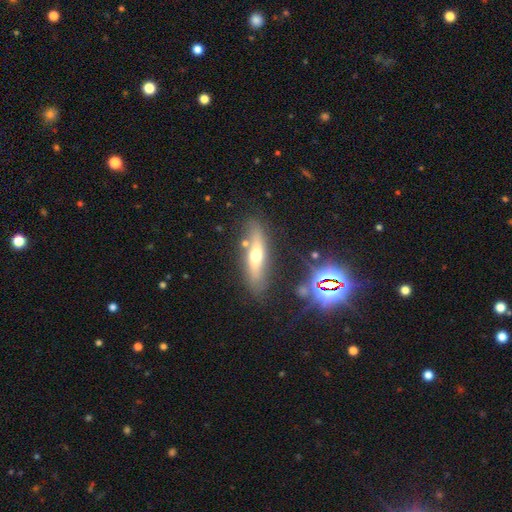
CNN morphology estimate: The model was most divided on "smooth or featured": featured or disk: 48%, smooth: 43%, star or artifact: 9%. More confident: merging — none (76%).